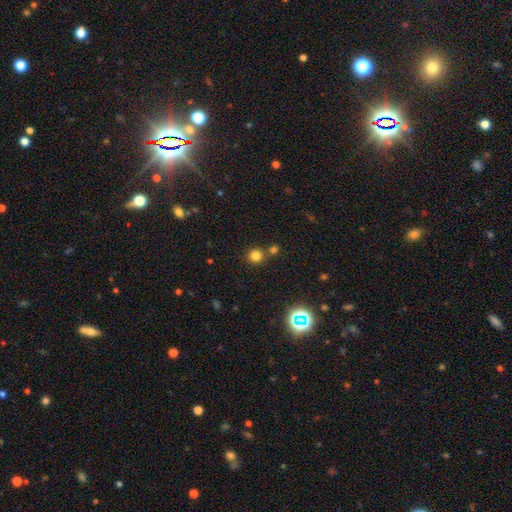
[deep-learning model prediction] smooth-or-featured: smooth: 78% | star or artifact: 17% | featured or disk: 5%
  how-rounded: round: 92% | in between: 7% | cigar-shaped: 1%
  merging: none: 73% | merger: 17% | minor disturbance: 7% | major disturbance: 3%